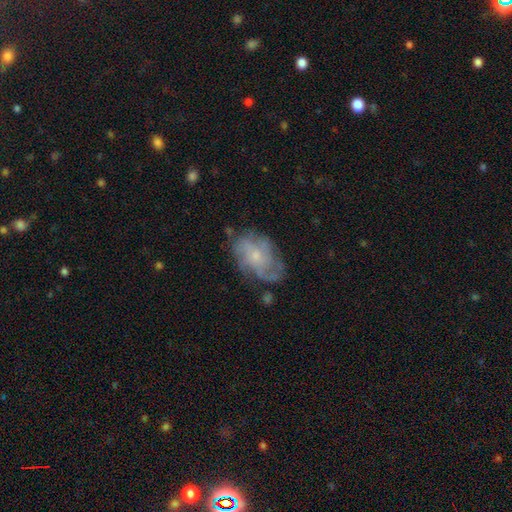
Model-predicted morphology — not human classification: This appears to be a featured or disk galaxy (67%) with no bar (78%), medium (41%) spiral arms (80%) and a small central bulge (61%). Merging: none (60%).